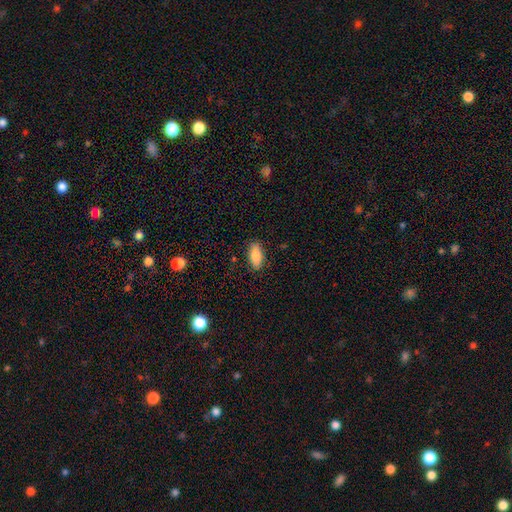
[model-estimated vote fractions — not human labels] Overall: smooth (87%). How rounded: in between (86%). Merging: none (86%).